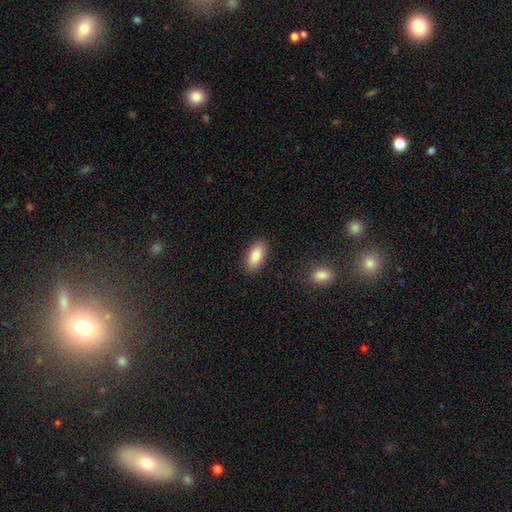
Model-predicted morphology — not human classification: Q: Smooth or featured?
A: smooth (87%); runner-up: featured or disk (7%)
Q: How rounded?
A: in between (90%); runner-up: cigar-shaped (8%)
Q: Merging?
A: none (88%); runner-up: minor disturbance (8%)